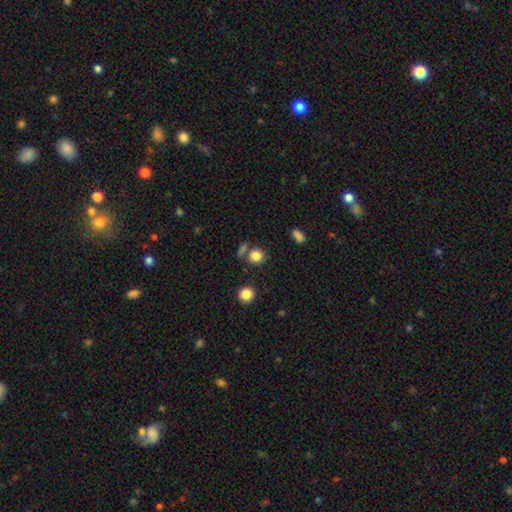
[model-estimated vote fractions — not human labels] Smooth or featured? Predicted: smooth (p=0.84). How rounded? Predicted: round (p=0.82). Merging? Predicted: none (p=0.70).